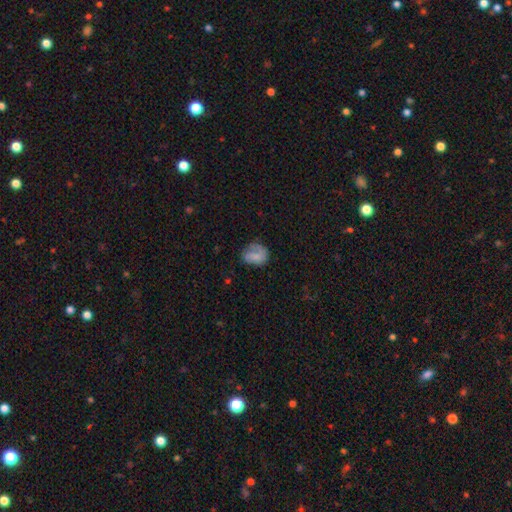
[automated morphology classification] Q: Smooth or featured?
A: smooth (60%); runner-up: featured or disk (31%)
Q: How rounded?
A: in between (51%); runner-up: round (47%)
Q: Merging?
A: none (52%); runner-up: minor disturbance (28%)